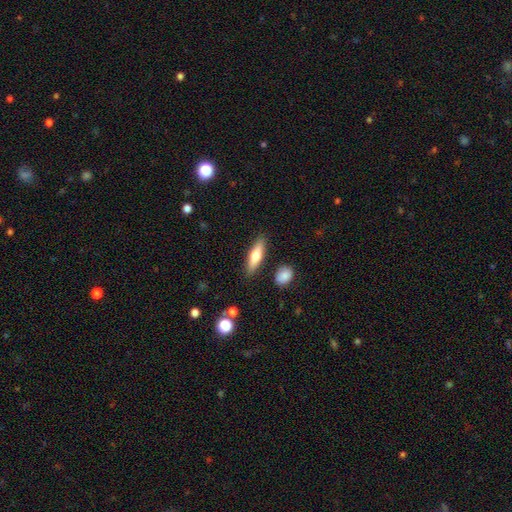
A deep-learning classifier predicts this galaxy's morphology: Smooth or featured?
  - smooth: 63% *
  - featured or disk: 30%
  - star or artifact: 6%
How rounded?
  - cigar-shaped: 61% *
  - in between: 36%
  - round: 3%
Merging?
  - none: 86% *
  - minor disturbance: 9%
  - merger: 3%
  - major disturbance: 2%